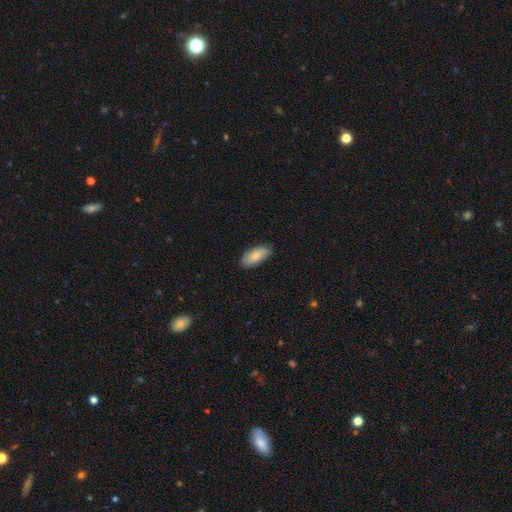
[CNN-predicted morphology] Overall: smooth (81%). How rounded: in between (89%). Merging: none (85%).